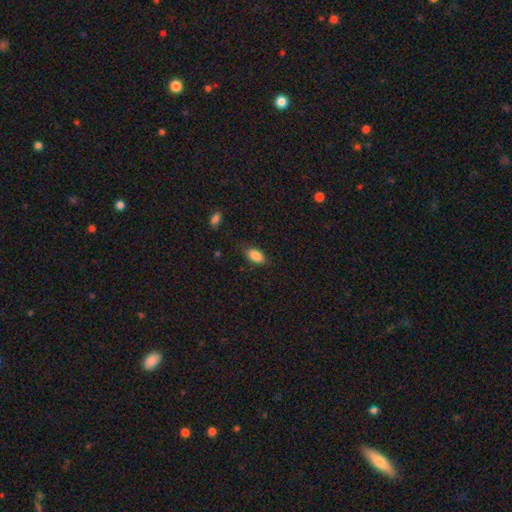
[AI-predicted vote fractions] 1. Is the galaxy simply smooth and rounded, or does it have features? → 86% smooth, 8% star or artifact, 6% featured or disk.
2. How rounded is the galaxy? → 90% in between, 6% cigar-shaped, 4% round.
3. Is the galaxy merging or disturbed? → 79% none, 16% minor disturbance, 4% major disturbance, 1% merger.